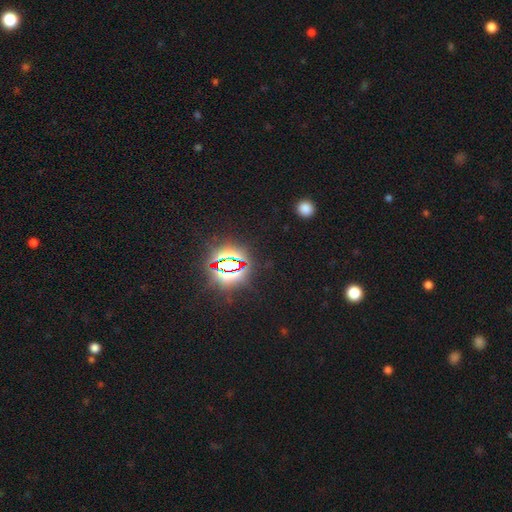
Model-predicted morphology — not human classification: This is clearly a star or artifact rather than a galaxy (84%).